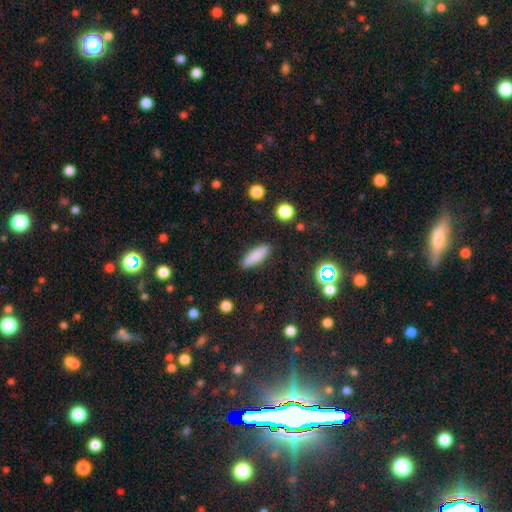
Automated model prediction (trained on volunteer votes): smooth_or_featured: smooth (p=0.83) [alt: featured or disk p=0.09]
how_rounded: cigar-shaped (p=0.57) [alt: in between p=0.40]
merging: none (p=0.88) [alt: minor disturbance p=0.09]